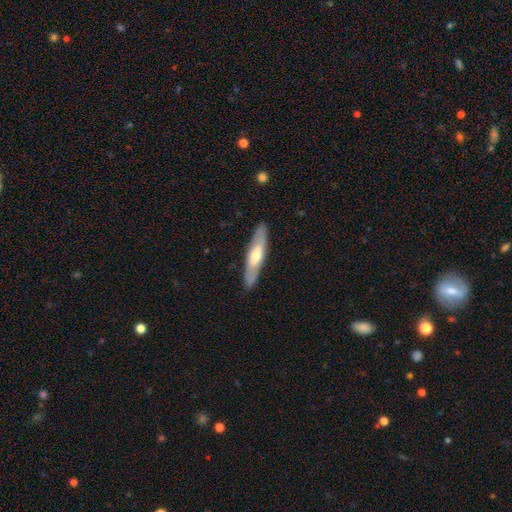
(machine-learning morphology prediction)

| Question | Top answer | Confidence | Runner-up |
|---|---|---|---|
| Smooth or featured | featured or disk | 49% | smooth (46%) |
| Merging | none | 88% | minor disturbance (9%) |